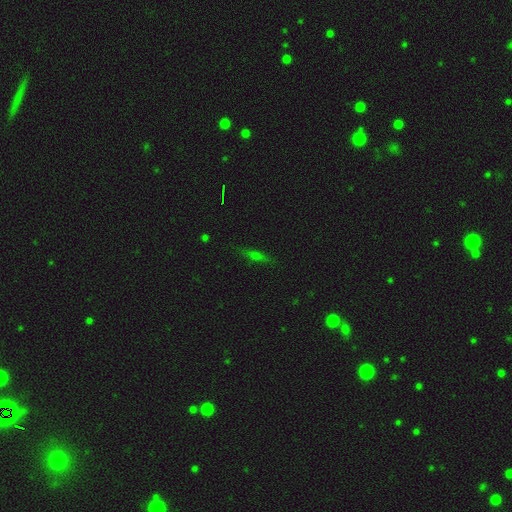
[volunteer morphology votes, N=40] Volunteers were most divided on "smooth or featured": featured or disk: 50%, smooth: 40%, star or artifact: 10%. More confident: edge-on disk — yes (95%); merging — none (81%); edge-on bulge — rounded (79%).